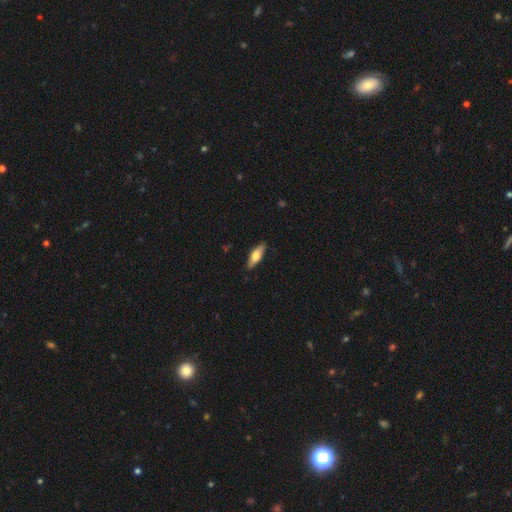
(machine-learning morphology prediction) This is likely a smooth galaxy (67%). How rounded: likely in between (61%). Merging: clearly none (86%).